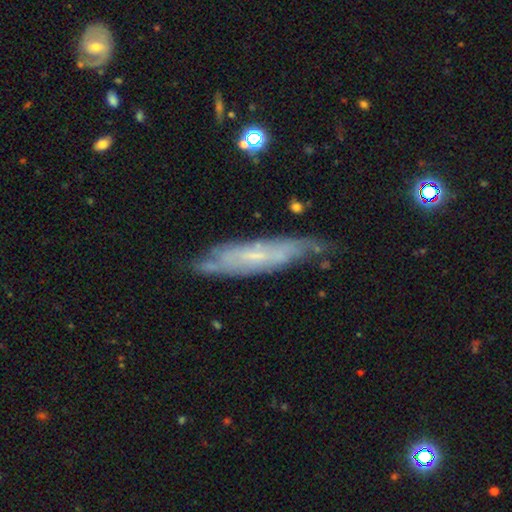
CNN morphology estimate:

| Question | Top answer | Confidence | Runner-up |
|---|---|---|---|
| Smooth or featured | featured or disk | 67% | smooth (25%) |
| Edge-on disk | no | 58% | yes (42%) |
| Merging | none | 68% | minor disturbance (23%) |